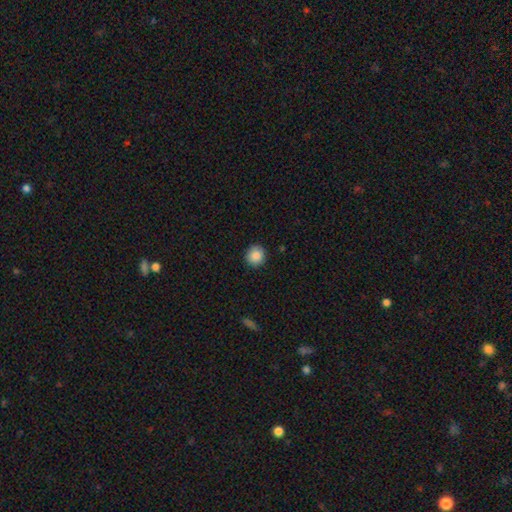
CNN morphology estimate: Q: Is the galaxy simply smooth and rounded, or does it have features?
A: smooth — 87%.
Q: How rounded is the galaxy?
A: round — 88%.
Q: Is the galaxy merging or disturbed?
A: none — 90%.